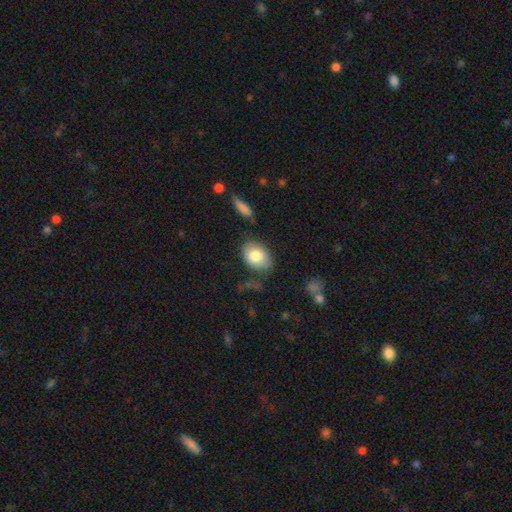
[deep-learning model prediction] smooth-or-featured: smooth: 80% | featured or disk: 13% | star or artifact: 7%
  how-rounded: in between: 76% | round: 23% | cigar-shaped: 1%
  merging: none: 74% | minor disturbance: 18% | major disturbance: 5% | merger: 4%